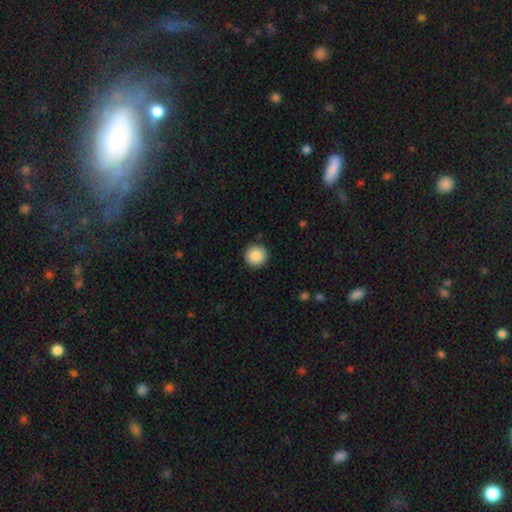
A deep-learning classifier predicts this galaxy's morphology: smooth_or_featured: smooth (p=0.89) [alt: star or artifact p=0.07]
how_rounded: round (p=0.96) [alt: in between p=0.03]
merging: none (p=0.92) [alt: minor disturbance p=0.06]